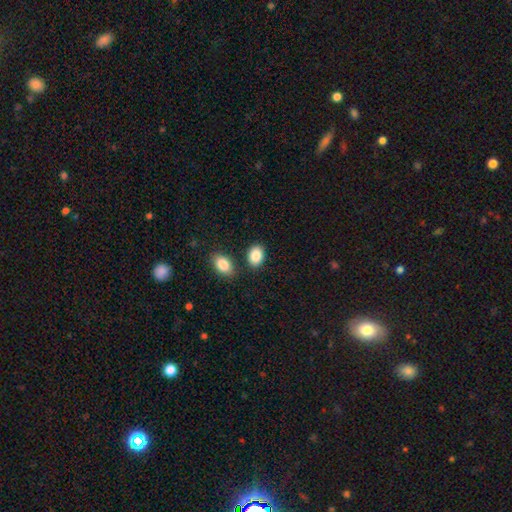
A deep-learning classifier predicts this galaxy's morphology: smooth-or-featured: smooth: 88% | star or artifact: 7% | featured or disk: 5%
  how-rounded: in between: 76% | round: 23% | cigar-shaped: 1%
  merging: none: 76% | minor disturbance: 10% | merger: 10% | major disturbance: 3%